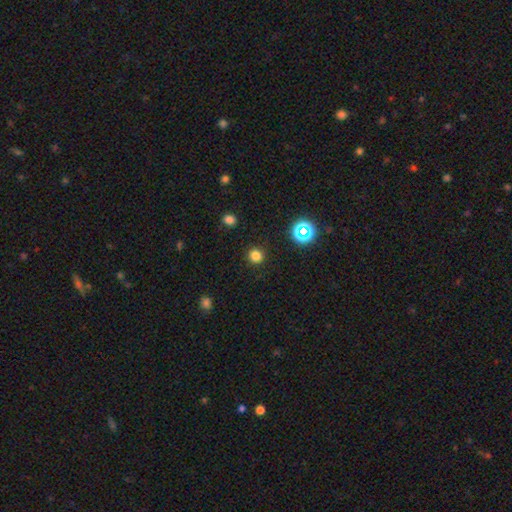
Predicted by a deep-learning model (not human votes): Q: Smooth or featured?
A: smooth (79%); runner-up: star or artifact (17%)
Q: How rounded?
A: round (91%); runner-up: in between (8%)
Q: Merging?
A: none (90%); runner-up: minor disturbance (6%)